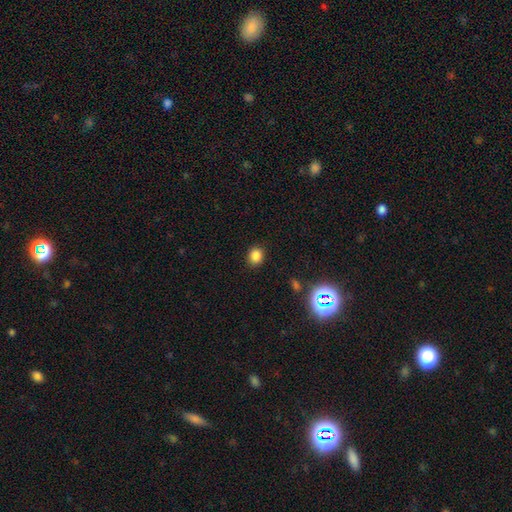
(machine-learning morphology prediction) Overall: smooth (83%). How rounded: round (62%; in between 37%). Merging: none (88%).